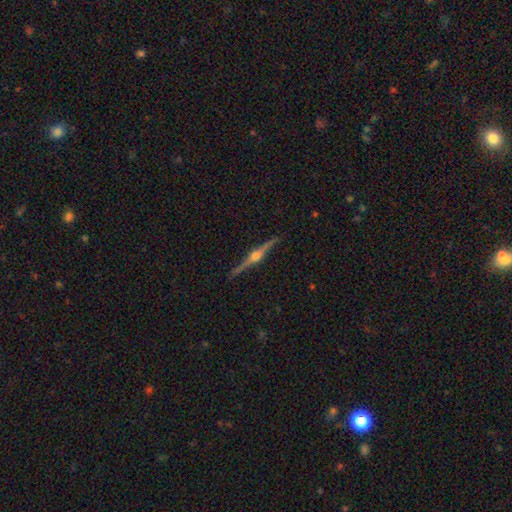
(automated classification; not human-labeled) Smooth or featured?
  - featured or disk: 87% *
  - smooth: 8%
  - star or artifact: 6%
Edge-on disk?
  - yes: 98% *
  - no: 2%
Edge-on bulge?
  - rounded: 95% *
  - boxy: 3%
  - none: 2%
Merging?
  - none: 90% *
  - minor disturbance: 7%
  - major disturbance: 1%
  - merger: 1%